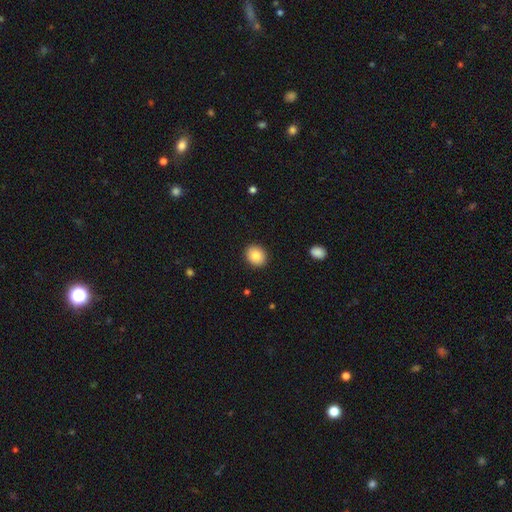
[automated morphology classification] smooth 86%, star or artifact 8%, featured or disk 6%. Down the decision tree: how rounded — round (56%); merging — none (90%).